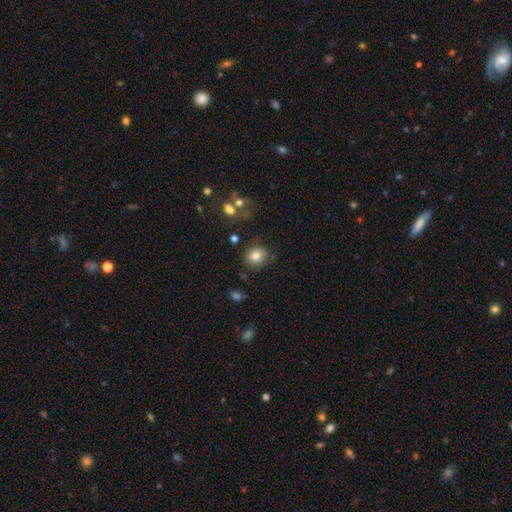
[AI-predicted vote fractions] A smooth galaxy with no disk features (82%) that is round (65%). Merging: none (72%).